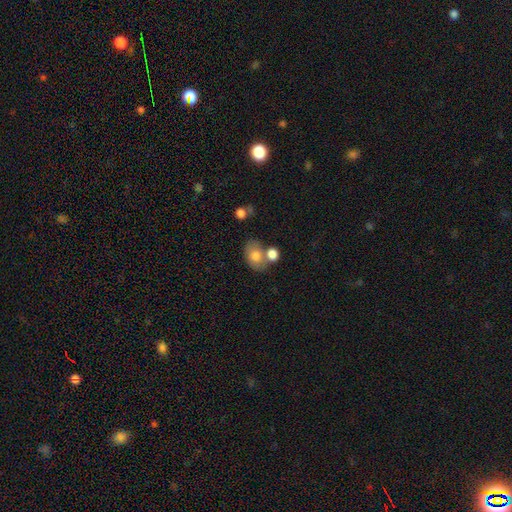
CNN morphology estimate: Smooth or featured: smooth — 77% (featured or disk — 15%)
How rounded: in between — 73% (round — 25%)
Merging: none — 46% (merger — 33%)